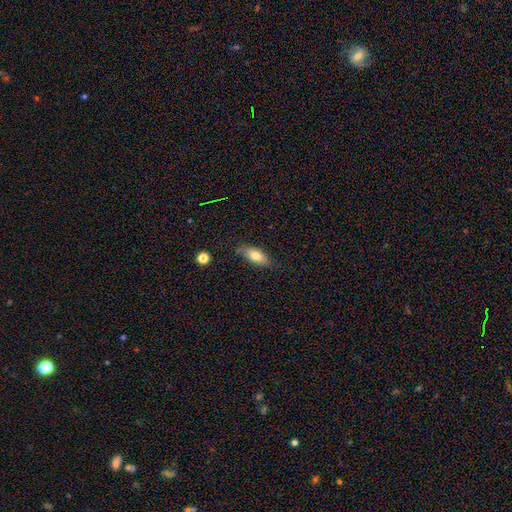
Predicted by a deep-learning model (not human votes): This appears to be a smooth galaxy with no disk features (75%) that is in between round and cigar-shaped (81%). Merging: none (75%).